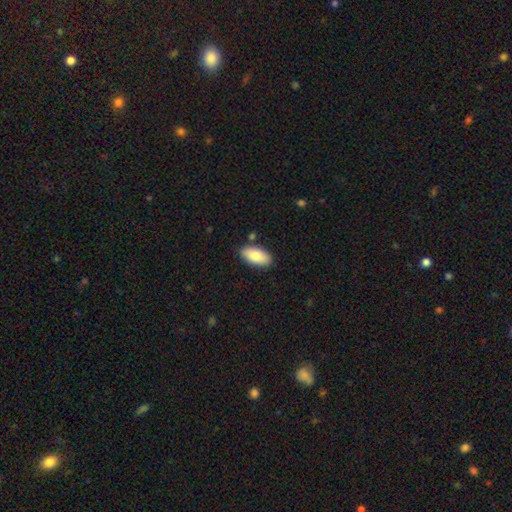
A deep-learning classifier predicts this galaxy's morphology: Smooth or featured: smooth — 84% (featured or disk — 10%)
How rounded: in between — 93% (cigar-shaped — 5%)
Merging: none — 84% (minor disturbance — 11%)